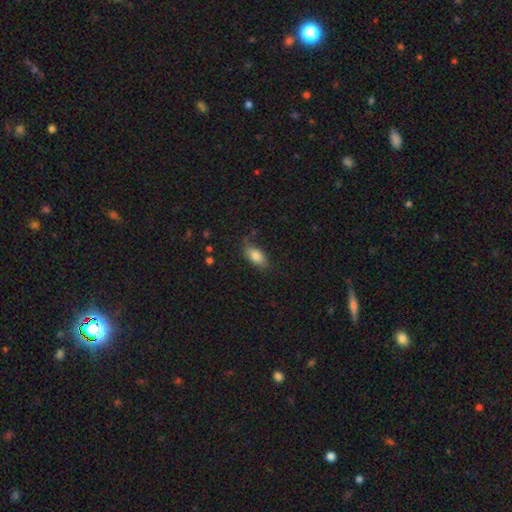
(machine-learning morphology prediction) type=smooth (81%); roundness=in between (89%); merging=none (70%).